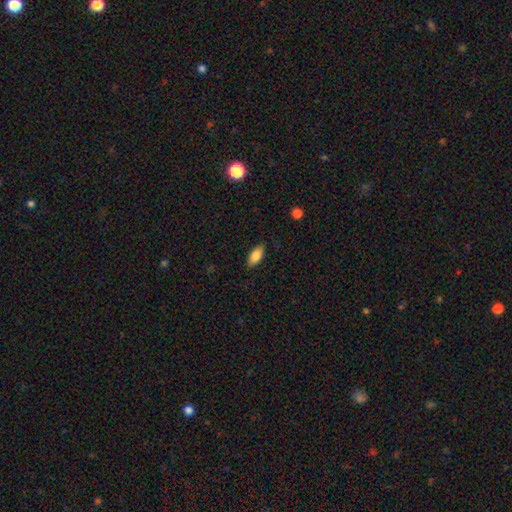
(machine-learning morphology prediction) Smooth or featured: smooth — 84% (featured or disk — 8%)
How rounded: in between — 90% (cigar-shaped — 8%)
Merging: none — 86% (minor disturbance — 11%)